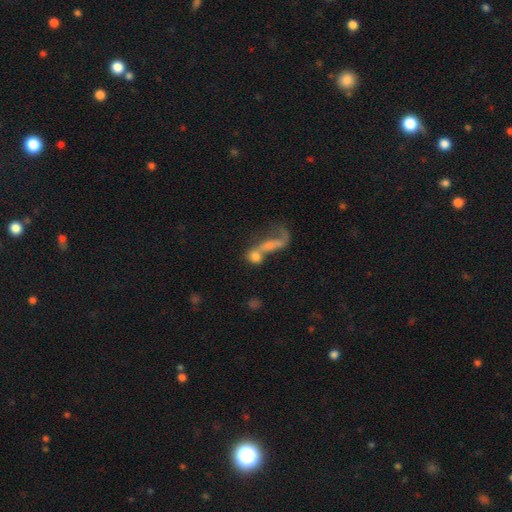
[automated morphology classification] smooth-or-featured: smooth: 61% | featured or disk: 27% | star or artifact: 13%
  how-rounded: in between: 46% | round: 40% | cigar-shaped: 14%
  merging: merger: 65% | none: 16% | major disturbance: 12% | minor disturbance: 6%